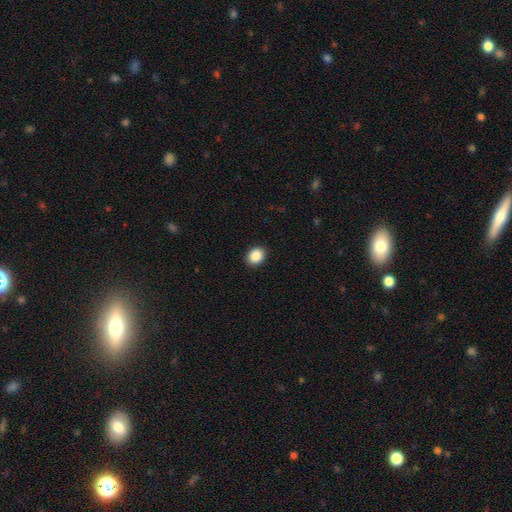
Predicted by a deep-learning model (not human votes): Q: Smooth or featured?
A: smooth (88%); runner-up: star or artifact (9%)
Q: How rounded?
A: round (56%); runner-up: in between (43%)
Q: Merging?
A: none (91%); runner-up: minor disturbance (6%)